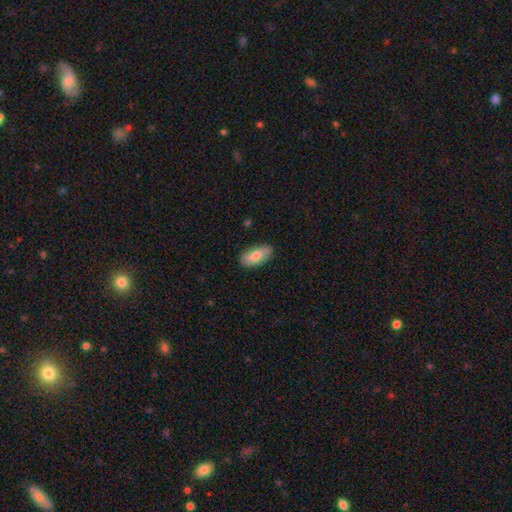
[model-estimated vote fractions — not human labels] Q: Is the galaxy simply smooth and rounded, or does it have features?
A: smooth — 74%.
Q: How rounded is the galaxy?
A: in between — 91%.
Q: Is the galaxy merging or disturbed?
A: none — 83%.